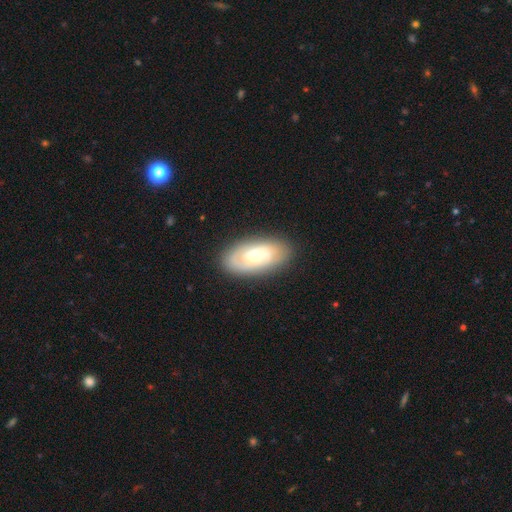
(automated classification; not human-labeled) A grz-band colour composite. It shows a featured or disk galaxy (56%) with no bar (74%), spiral arms (69%) and a moderate central bulge (50%). Merging: none (83%).